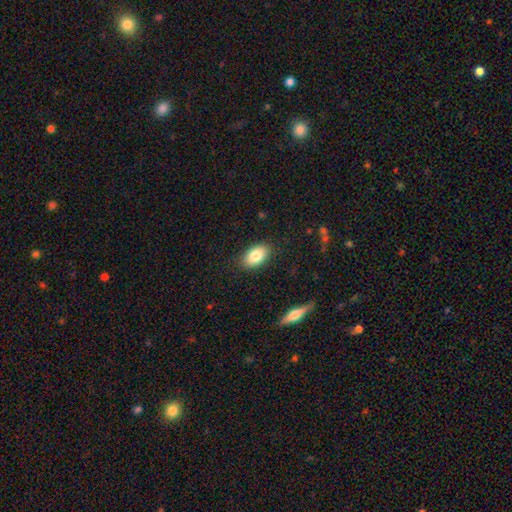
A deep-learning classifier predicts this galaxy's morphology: Smooth or featured?
  - smooth: 81% *
  - featured or disk: 12%
  - star or artifact: 7%
How rounded?
  - in between: 91% *
  - round: 7%
  - cigar-shaped: 2%
Merging?
  - none: 87% *
  - minor disturbance: 10%
  - major disturbance: 2%
  - merger: 1%